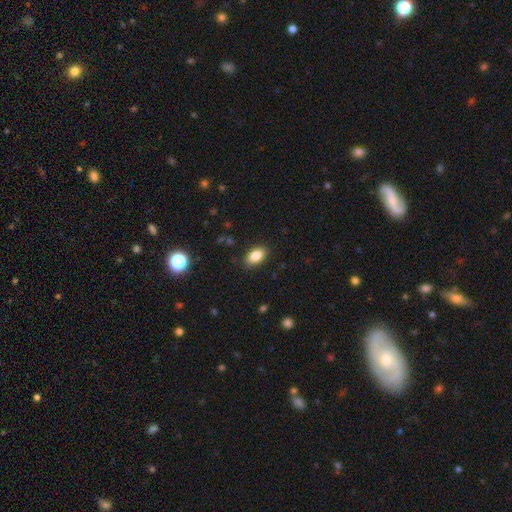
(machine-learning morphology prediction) Smooth or featured: smooth — 85% (star or artifact — 8%)
How rounded: in between — 91% (round — 7%)
Merging: none — 87% (minor disturbance — 10%)